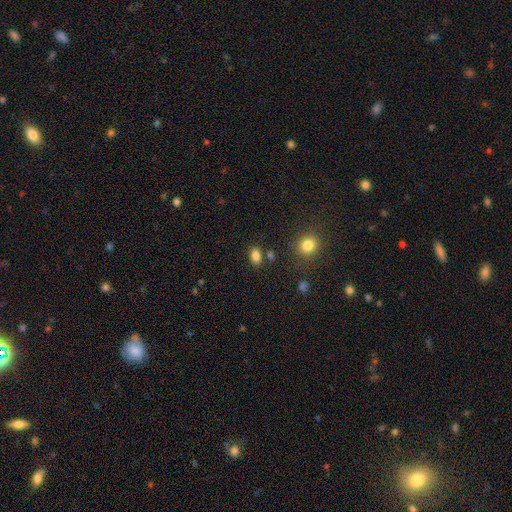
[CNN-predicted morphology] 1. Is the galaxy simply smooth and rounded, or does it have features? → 84% smooth, 11% star or artifact, 5% featured or disk.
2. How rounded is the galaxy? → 82% in between, 17% round, 2% cigar-shaped.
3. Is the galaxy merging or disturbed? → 79% none, 11% minor disturbance, 7% merger, 3% major disturbance.